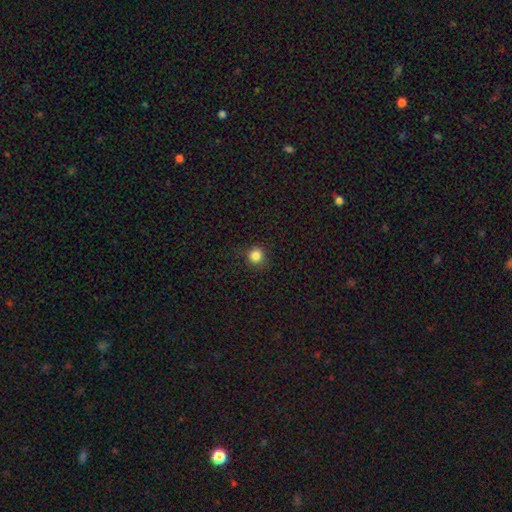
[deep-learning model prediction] A smooth galaxy with no disk features (84%) that is round (93%).

Vote fractions:
- Smooth or featured? smooth: 84% / star or artifact: 12% / featured or disk: 4%
- How rounded? round: 93% / in between: 6% / cigar-shaped: 1%
- Merging? none: 89% / minor disturbance: 8% / major disturbance: 2% / merger: 1%